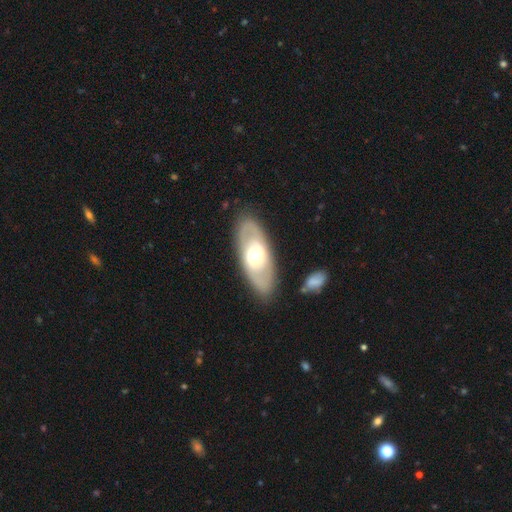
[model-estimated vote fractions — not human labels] smooth_or_featured: featured or disk (p=0.58) [alt: smooth p=0.37]
disk_edge_on: no (p=0.85) [alt: yes p=0.15]
merging: none (p=0.85) [alt: minor disturbance p=0.10]